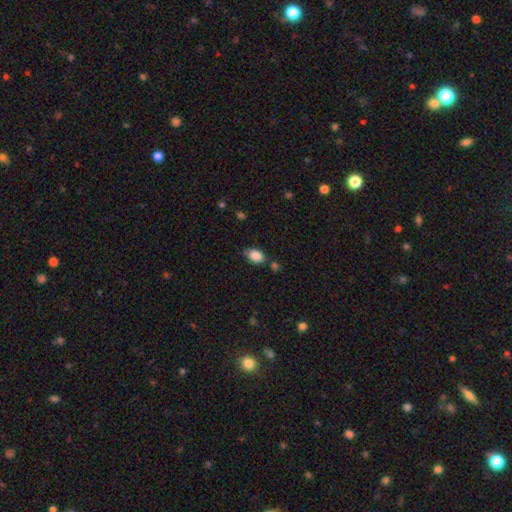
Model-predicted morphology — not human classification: A smooth galaxy with no disk features (86%) that is in between round and cigar-shaped (82%). Merging: none (63%).